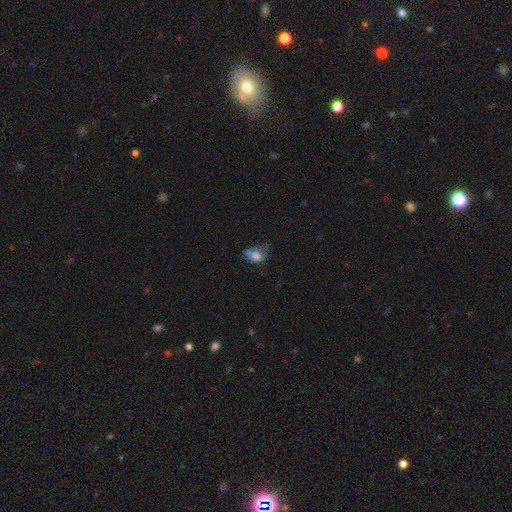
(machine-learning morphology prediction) type=smooth (70%); roundness=in between (61%); merging=minor disturbance (29%).